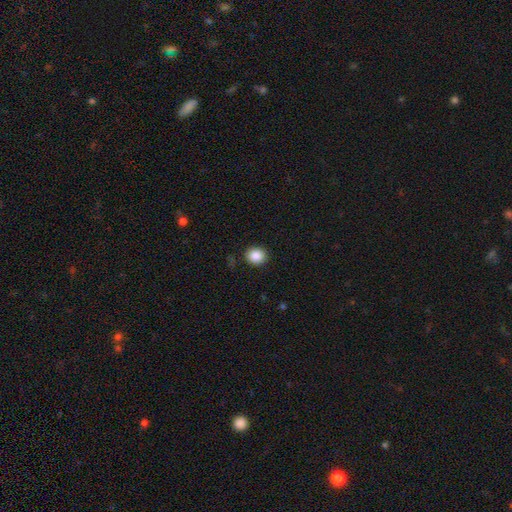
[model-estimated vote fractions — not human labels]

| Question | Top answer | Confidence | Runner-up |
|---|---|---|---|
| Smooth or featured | smooth | 87% | star or artifact (9%) |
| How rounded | round | 78% | in between (21%) |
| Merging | none | 90% | minor disturbance (7%) |